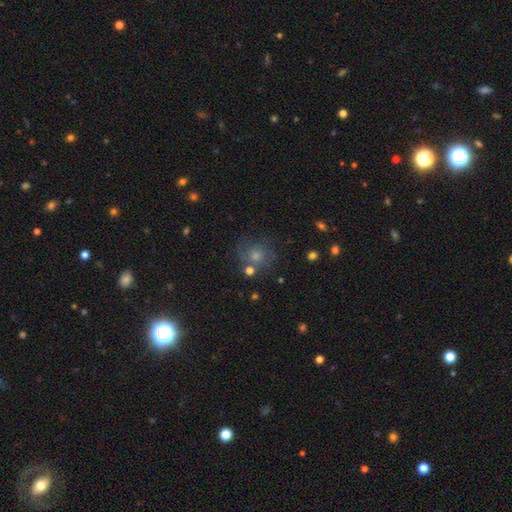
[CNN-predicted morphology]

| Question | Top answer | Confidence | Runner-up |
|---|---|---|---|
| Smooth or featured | smooth | 35% | featured or disk (34%) |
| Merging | none | 71% | minor disturbance (14%) |